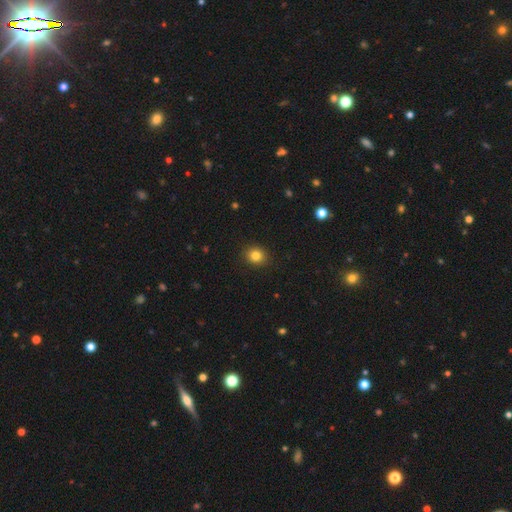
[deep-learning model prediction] The model was most divided on "how rounded": round: 76%, in between: 23%, cigar-shaped: 1%. More confident: merging — none (91%); smooth or featured — smooth (83%).